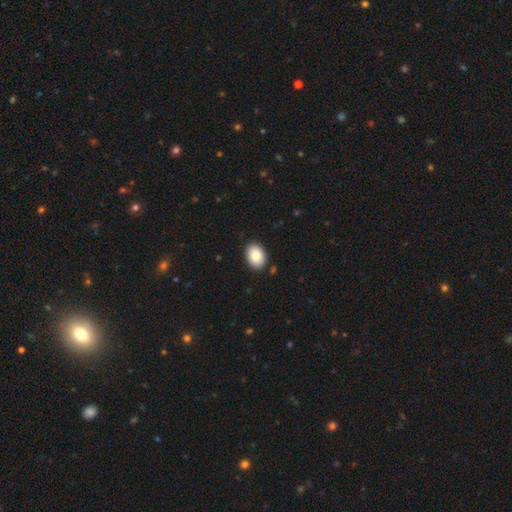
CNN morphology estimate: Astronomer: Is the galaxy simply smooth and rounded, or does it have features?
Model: smooth — 85%.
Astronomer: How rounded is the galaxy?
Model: in between — 77%.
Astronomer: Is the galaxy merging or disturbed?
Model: none — 90%.